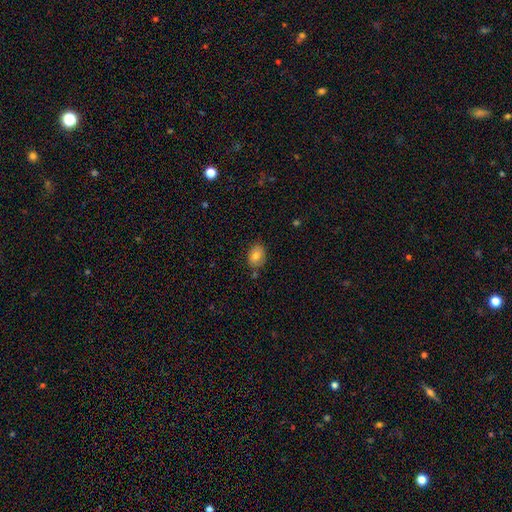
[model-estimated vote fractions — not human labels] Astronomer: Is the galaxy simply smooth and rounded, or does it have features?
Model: smooth — 80%.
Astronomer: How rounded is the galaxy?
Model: in between — 70%.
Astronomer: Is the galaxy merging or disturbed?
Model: none — 78%.